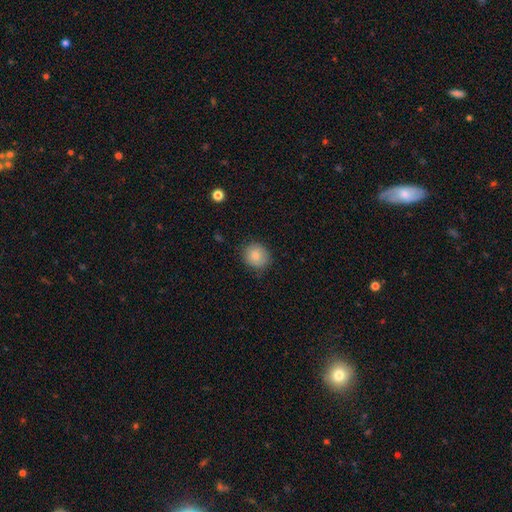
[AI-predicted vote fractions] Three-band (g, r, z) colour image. It shows a smooth galaxy with no disk features (86%) that is round (81%). Merging: none (81%).